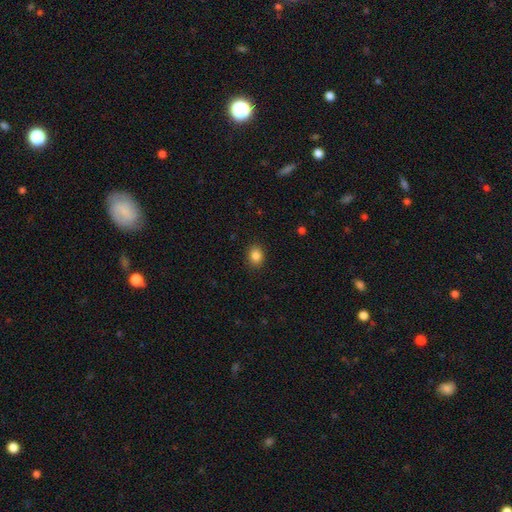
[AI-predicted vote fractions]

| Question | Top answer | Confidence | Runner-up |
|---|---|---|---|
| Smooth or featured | smooth | 86% | star or artifact (10%) |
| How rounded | round | 56% | in between (43%) |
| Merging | none | 89% | minor disturbance (8%) |